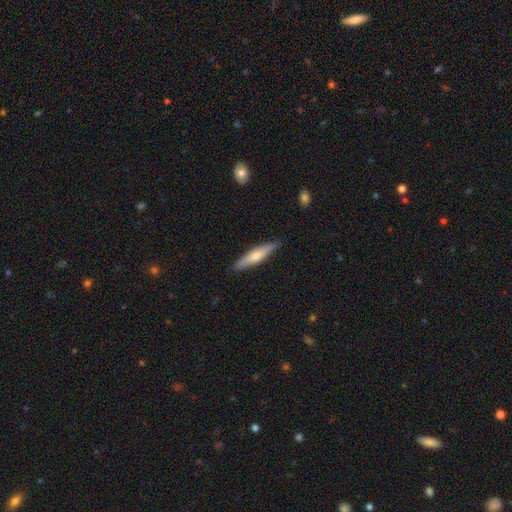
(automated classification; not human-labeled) smooth 57%, featured or disk 38%, star or artifact 5%. Down the decision tree: how rounded — cigar-shaped (86%); merging — none (88%).